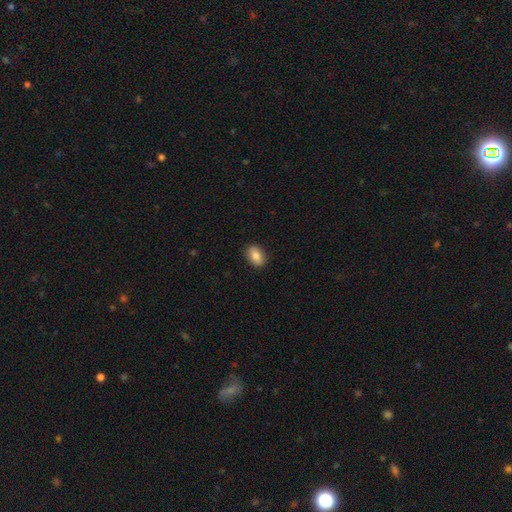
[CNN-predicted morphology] Smooth or featured: smooth — 83% (featured or disk — 10%)
How rounded: in between — 85% (round — 12%)
Merging: none — 88% (minor disturbance — 9%)